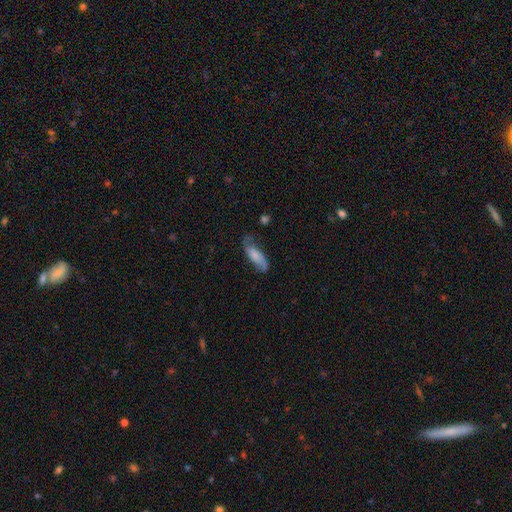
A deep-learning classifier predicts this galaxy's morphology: Smooth or featured?
  - smooth: 68% *
  - featured or disk: 25%
  - star or artifact: 7%
How rounded?
  - in between: 62% *
  - cigar-shaped: 36%
  - round: 2%
Merging?
  - none: 52% *
  - minor disturbance: 31%
  - major disturbance: 13%
  - merger: 4%